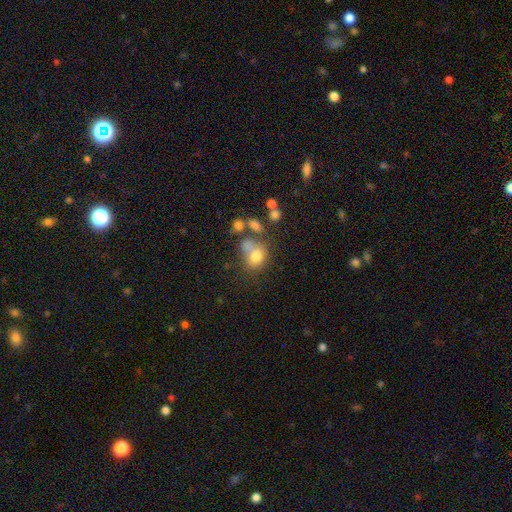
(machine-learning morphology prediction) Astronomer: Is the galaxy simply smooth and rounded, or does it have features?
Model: smooth — 72%.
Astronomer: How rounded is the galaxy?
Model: round — 58% (runner-up: in between, 41%).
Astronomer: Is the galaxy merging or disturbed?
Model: none — 38% (runner-up: merger, 34%).